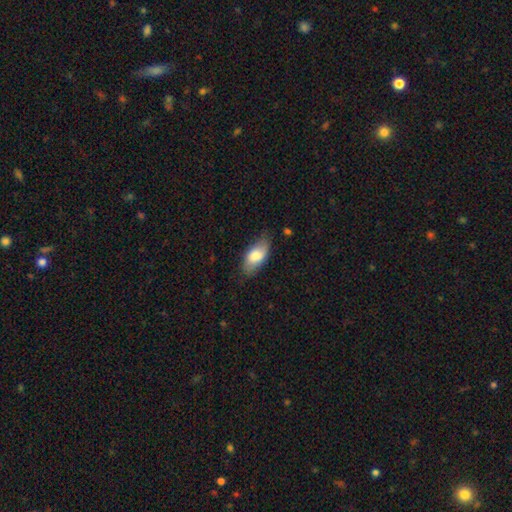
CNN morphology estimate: This is likely a smooth galaxy (78%). How rounded: clearly in between (91%). Merging: likely none (72%).